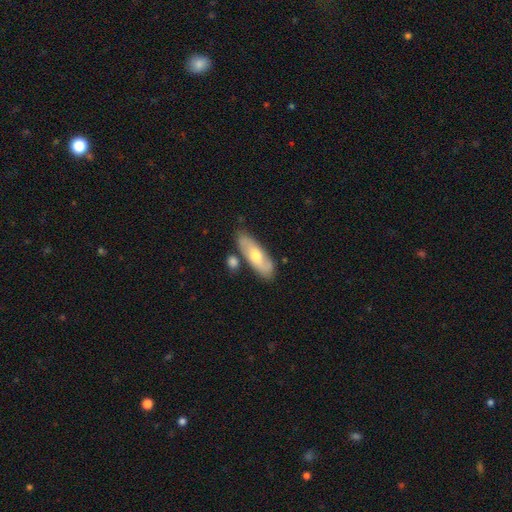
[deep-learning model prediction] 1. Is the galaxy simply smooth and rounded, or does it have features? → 49% smooth, 45% featured or disk, 6% star or artifact.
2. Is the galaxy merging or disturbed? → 72% none, 14% minor disturbance, 11% merger, 3% major disturbance.